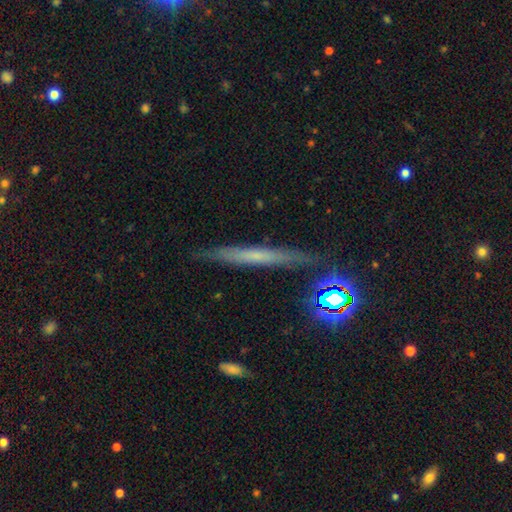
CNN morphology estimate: smooth_or_featured: featured or disk (p=0.44) [alt: smooth p=0.43]
merging: none (p=0.86) [alt: minor disturbance p=0.10]